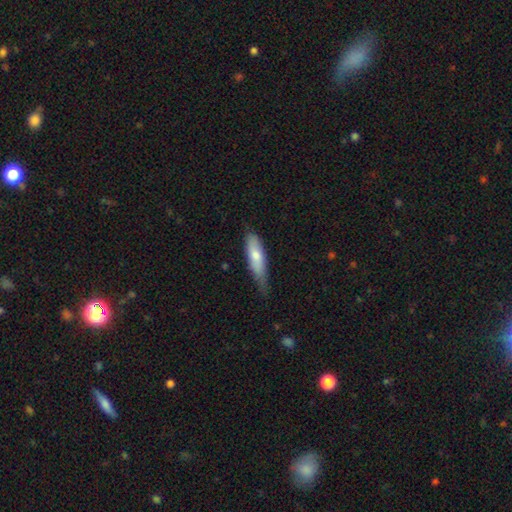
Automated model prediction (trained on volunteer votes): This is likely a smooth galaxy (70%). How rounded: possibly cigar-shaped (51%). Merging: possibly none (49%).